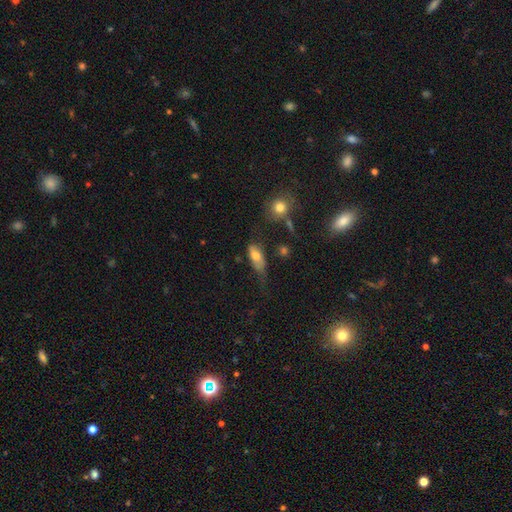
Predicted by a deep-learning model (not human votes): smooth_or_featured: smooth (p=0.70) [alt: featured or disk p=0.22]
how_rounded: in between (p=0.80) [alt: cigar-shaped p=0.15]
merging: minor disturbance (p=0.36) [alt: none p=0.32]